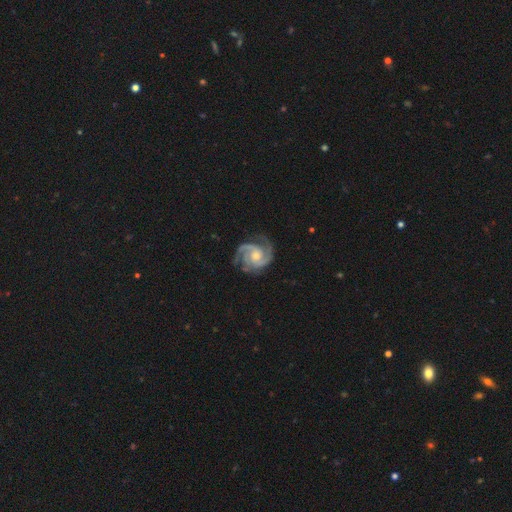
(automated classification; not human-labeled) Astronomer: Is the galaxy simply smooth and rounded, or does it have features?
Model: featured or disk — 93%.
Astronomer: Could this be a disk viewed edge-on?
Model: no — 98%.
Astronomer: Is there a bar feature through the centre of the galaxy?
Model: no — 67%.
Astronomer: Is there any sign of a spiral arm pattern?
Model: yes — 99%.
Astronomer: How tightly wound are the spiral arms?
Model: tight — 51% (runner-up: medium, 43%).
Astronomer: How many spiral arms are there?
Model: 3 — 48% (runner-up: 2, 34%).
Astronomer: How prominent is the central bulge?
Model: moderate — 53% (runner-up: small, 40%).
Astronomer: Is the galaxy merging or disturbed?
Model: none — 75%.